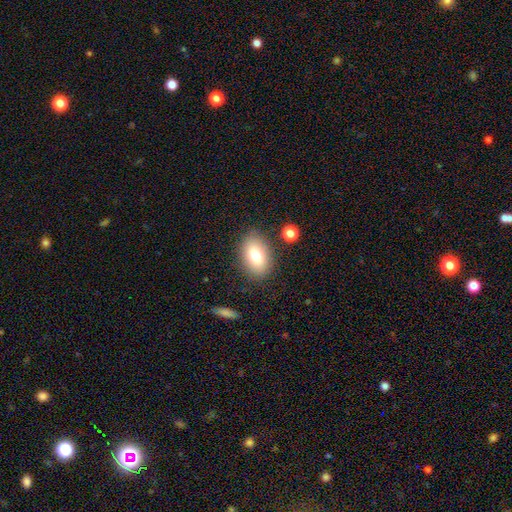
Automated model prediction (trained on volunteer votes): smooth 77%, featured or disk 15%, star or artifact 9%. Down the decision tree: how rounded — in between (87%); merging — none (83%).